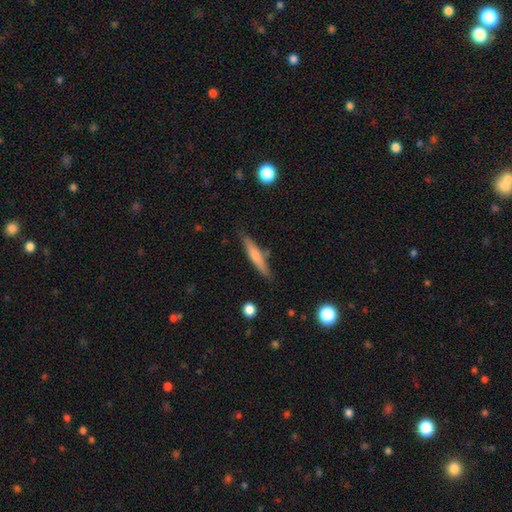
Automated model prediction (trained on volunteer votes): A smooth galaxy with no disk features (61%) that is cigar-shaped (90%).

Vote fractions:
- Smooth or featured? smooth: 61% / featured or disk: 33% / star or artifact: 6%
- How rounded? cigar-shaped: 90% / in between: 9% / round: 2%
- Merging? none: 80% / minor disturbance: 13% / merger: 4% / major disturbance: 3%